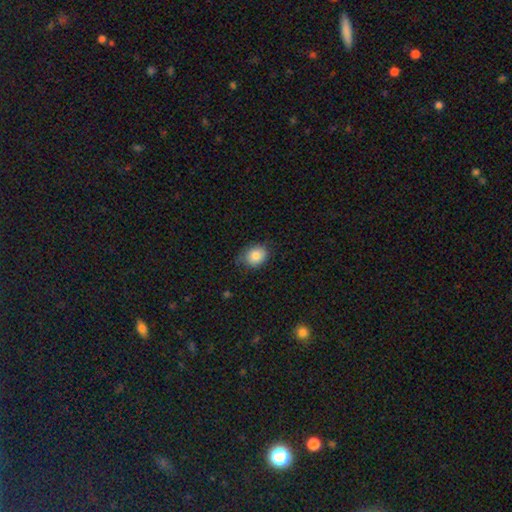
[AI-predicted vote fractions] Smooth or featured? Predicted: smooth (p=0.81). How rounded? Predicted: round (p=0.55). Merging? Predicted: none (p=0.64).